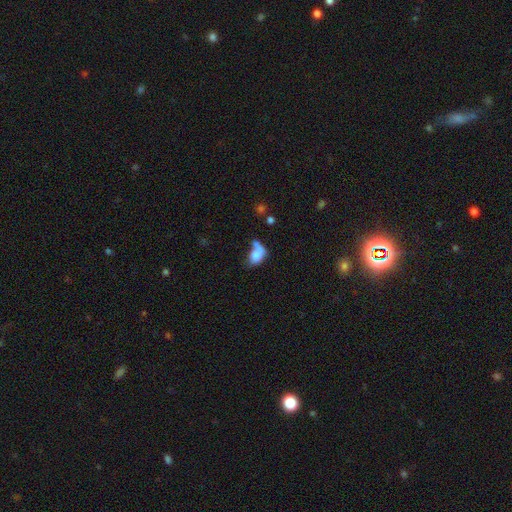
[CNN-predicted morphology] A smooth galaxy with no disk features (70%) that is in between round and cigar-shaped (76%). Merging: merger (40%).